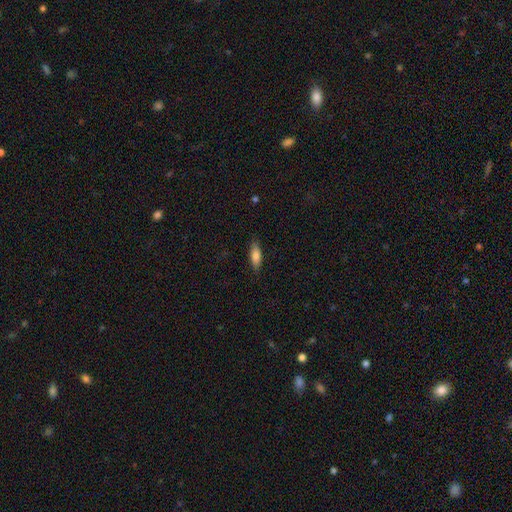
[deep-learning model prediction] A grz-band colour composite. It shows a smooth galaxy with no disk features (79%) that is in between round and cigar-shaped (60%). Merging: none (84%).